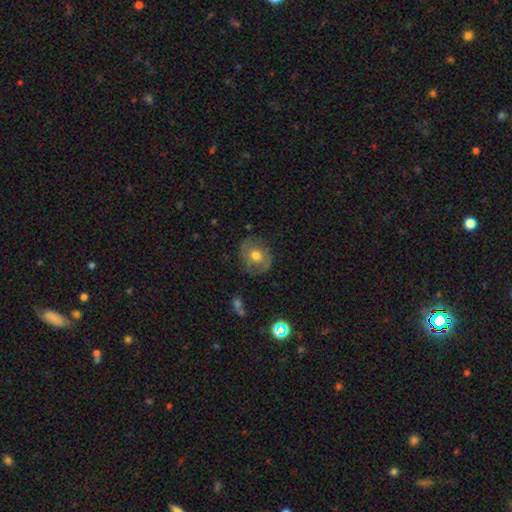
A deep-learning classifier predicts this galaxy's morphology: Smooth or featured: smooth — 47% (featured or disk — 44%)
Merging: none — 77% (minor disturbance — 16%)